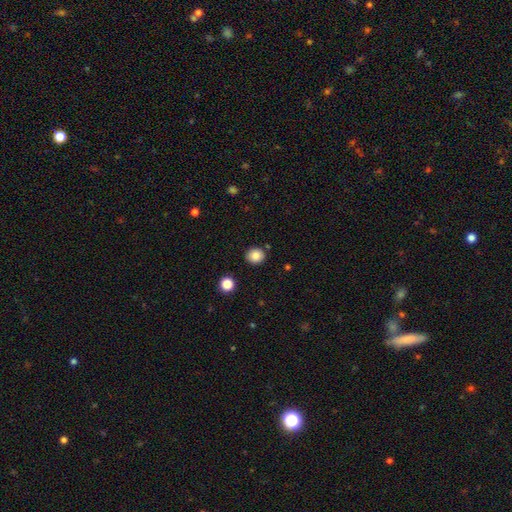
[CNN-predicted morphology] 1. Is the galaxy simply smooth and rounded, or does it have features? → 84% smooth, 10% star or artifact, 6% featured or disk.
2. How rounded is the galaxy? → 84% round, 15% in between, 1% cigar-shaped.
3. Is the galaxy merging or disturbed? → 88% none, 7% minor disturbance, 3% merger, 2% major disturbance.